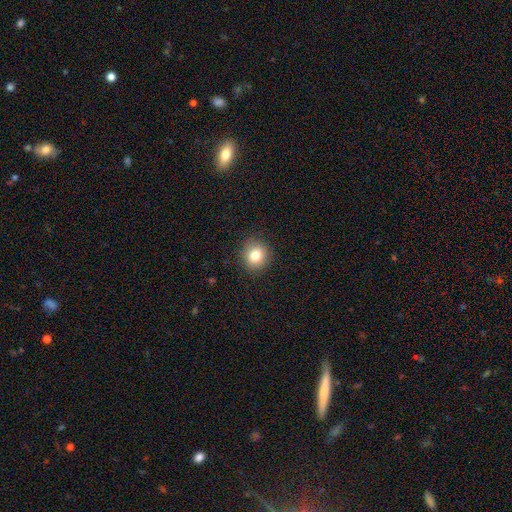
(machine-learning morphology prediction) smooth-or-featured: smooth: 81% | star or artifact: 11% | featured or disk: 9%
  how-rounded: round: 81% | in between: 18% | cigar-shaped: 1%
  merging: none: 90% | minor disturbance: 7% | major disturbance: 2% | merger: 1%